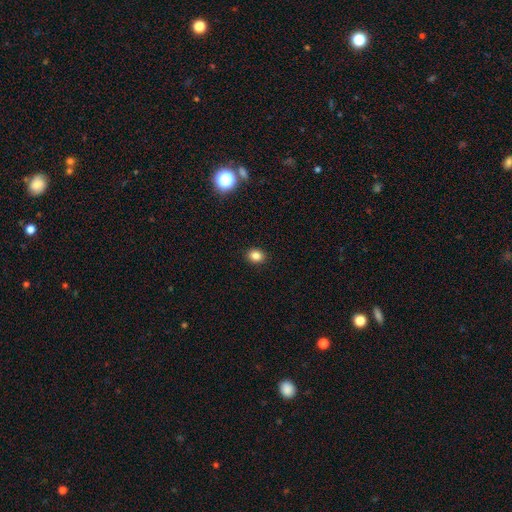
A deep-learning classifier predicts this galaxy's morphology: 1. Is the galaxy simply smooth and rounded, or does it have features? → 84% smooth, 12% star or artifact, 4% featured or disk.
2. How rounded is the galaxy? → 63% round, 36% in between, 1% cigar-shaped.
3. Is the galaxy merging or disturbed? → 92% none, 6% minor disturbance, 2% major disturbance, 1% merger.